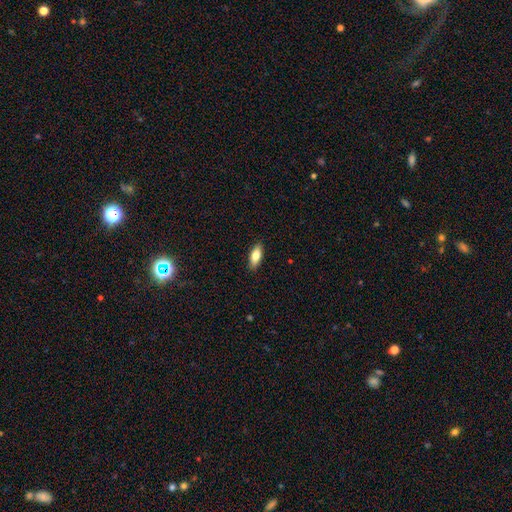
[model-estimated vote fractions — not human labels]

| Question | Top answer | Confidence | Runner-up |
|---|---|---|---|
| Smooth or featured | smooth | 76% | featured or disk (17%) |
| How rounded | in between | 75% | cigar-shaped (22%) |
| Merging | none | 89% | minor disturbance (8%) |